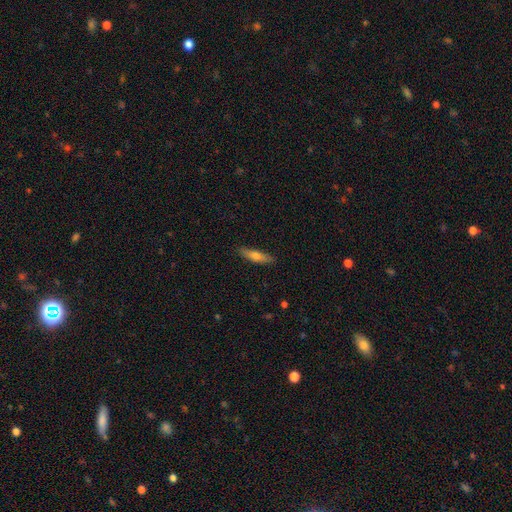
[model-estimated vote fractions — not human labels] smooth 63%, featured or disk 31%, star or artifact 6%. Down the decision tree: how rounded — cigar-shaped (71%); merging — none (87%).